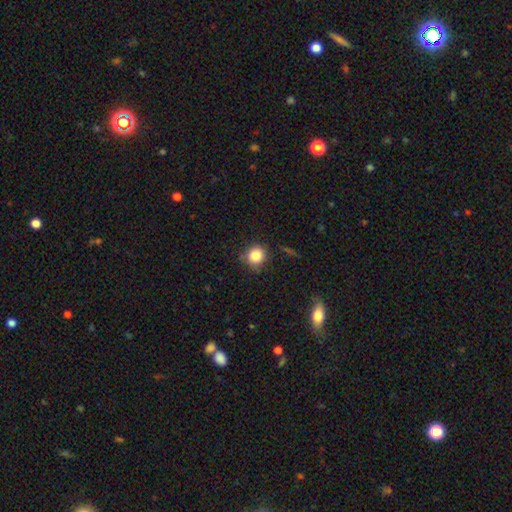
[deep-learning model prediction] A smooth galaxy with no disk features (84%) that is round (88%). Merging: none (80%).